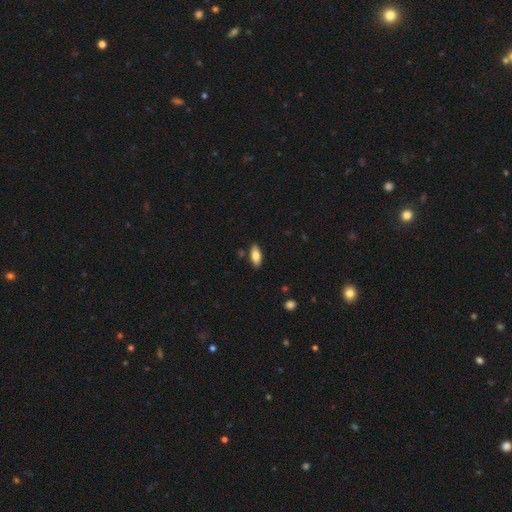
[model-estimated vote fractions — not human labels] Smooth or featured?
  - smooth: 79% *
  - featured or disk: 14%
  - star or artifact: 7%
How rounded?
  - in between: 86% *
  - cigar-shaped: 12%
  - round: 2%
Merging?
  - none: 85% *
  - minor disturbance: 10%
  - merger: 3%
  - major disturbance: 2%